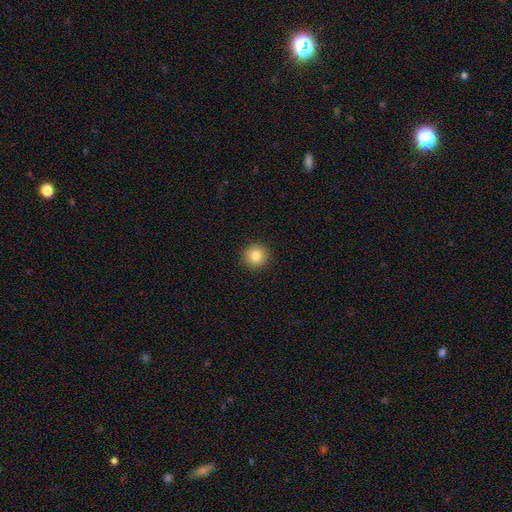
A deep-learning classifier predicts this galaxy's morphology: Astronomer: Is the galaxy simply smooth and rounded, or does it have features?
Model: smooth — 84%.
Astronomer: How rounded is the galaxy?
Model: round — 94%.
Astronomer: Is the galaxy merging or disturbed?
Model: none — 93%.